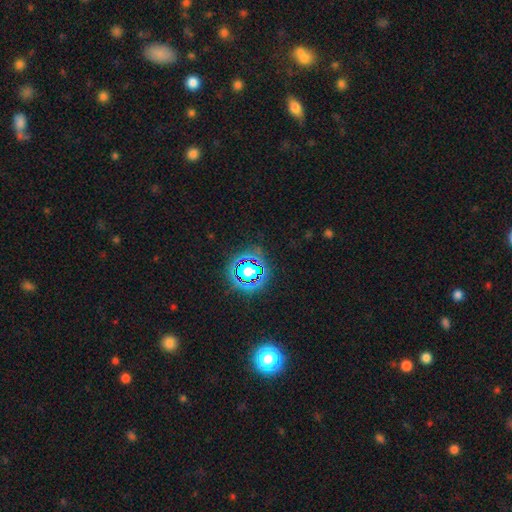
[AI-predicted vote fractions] This appears to be a star or artifact, not a galaxy (77%).